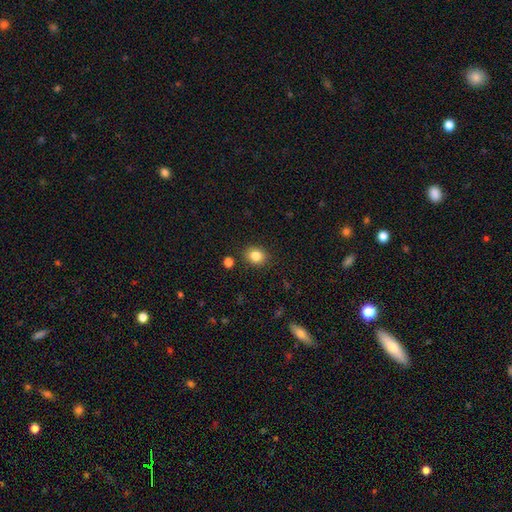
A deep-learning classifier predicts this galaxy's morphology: The model was most divided on "how rounded": round: 60%, in between: 39%, cigar-shaped: 1%. More confident: merging — none (87%); smooth or featured — smooth (84%).